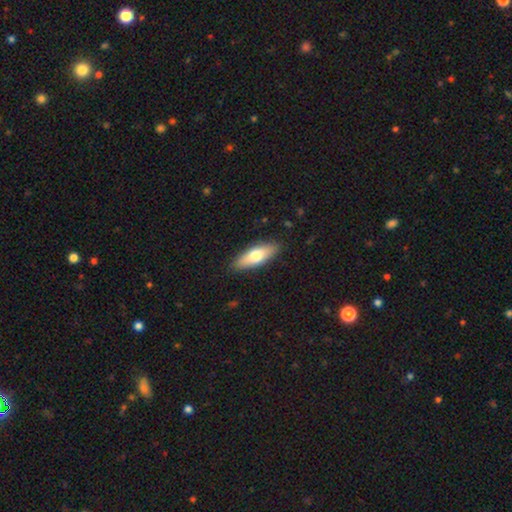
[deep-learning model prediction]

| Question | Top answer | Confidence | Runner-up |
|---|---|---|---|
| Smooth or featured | smooth | 67% | featured or disk (28%) |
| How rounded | in between | 63% | cigar-shaped (34%) |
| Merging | none | 88% | minor disturbance (9%) |